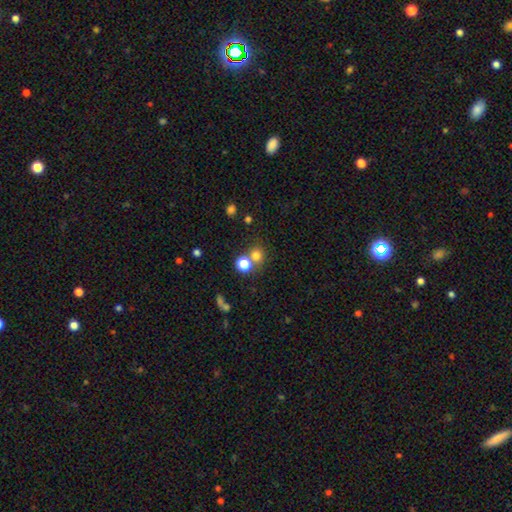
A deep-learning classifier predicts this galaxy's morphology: Smooth or featured? Predicted: smooth (p=0.75). How rounded? Predicted: round (p=0.87). Merging? Predicted: none (p=0.62).